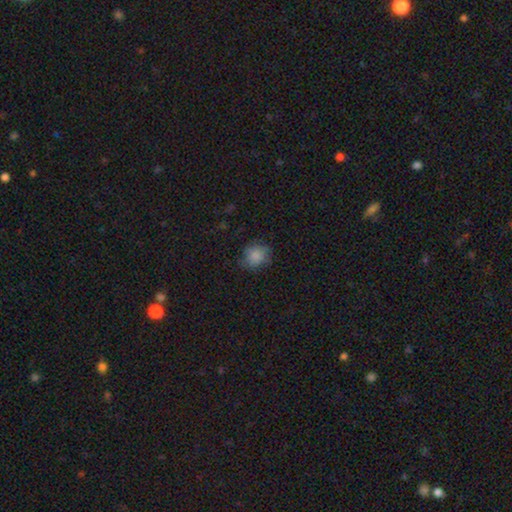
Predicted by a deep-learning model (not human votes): smooth-or-featured: smooth: 84% | star or artifact: 10% | featured or disk: 6%
  how-rounded: round: 74% | in between: 25% | cigar-shaped: 1%
  merging: none: 74% | minor disturbance: 19% | major disturbance: 6% | merger: 1%